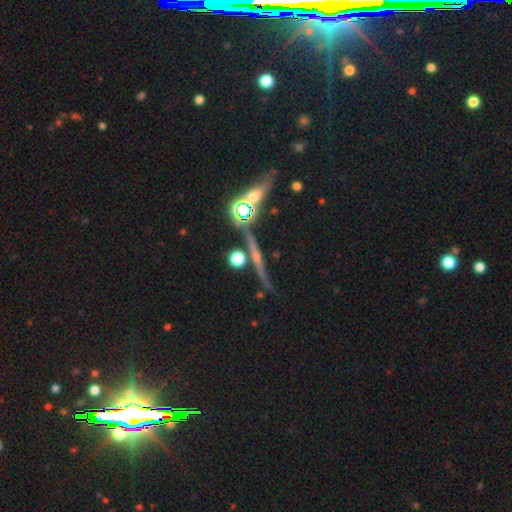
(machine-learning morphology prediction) Smooth or featured?
  - featured or disk: 58% *
  - star or artifact: 22%
  - smooth: 20%
Edge-on disk?
  - yes: 94% *
  - no: 6%
Edge-on bulge?
  - rounded: 53% *
  - none: 35%
  - boxy: 12%
Merging?
  - none: 81% *
  - minor disturbance: 9%
  - merger: 6%
  - major disturbance: 3%